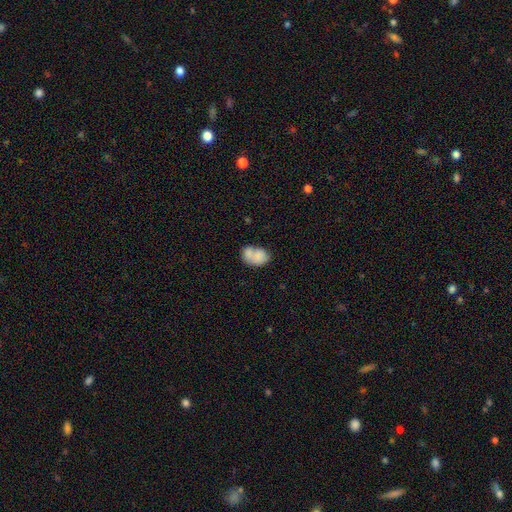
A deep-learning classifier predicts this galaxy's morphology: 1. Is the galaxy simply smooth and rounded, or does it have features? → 76% smooth, 17% featured or disk, 8% star or artifact.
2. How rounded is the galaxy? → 73% in between, 26% round, 1% cigar-shaped.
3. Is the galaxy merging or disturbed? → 48% merger, 30% none, 15% minor disturbance, 7% major disturbance.